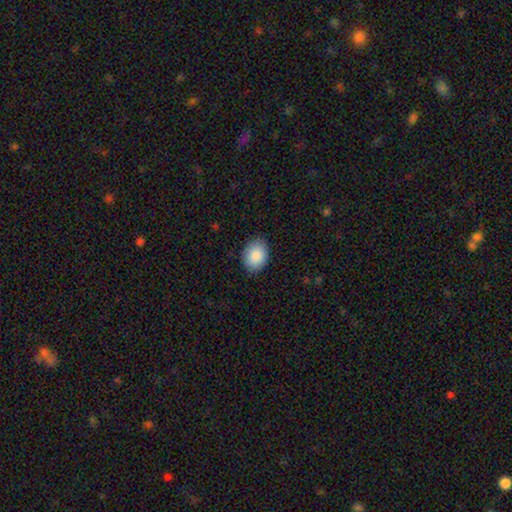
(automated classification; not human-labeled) Smooth or featured?
  - smooth: 89% *
  - star or artifact: 7%
  - featured or disk: 4%
How rounded?
  - in between: 60% *
  - round: 39%
  - cigar-shaped: 1%
Merging?
  - none: 86% *
  - minor disturbance: 11%
  - major disturbance: 2%
  - merger: 1%